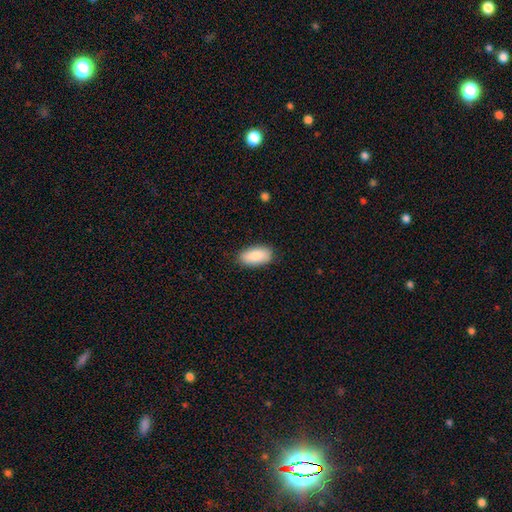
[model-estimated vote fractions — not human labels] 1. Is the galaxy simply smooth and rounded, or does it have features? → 89% smooth, 6% star or artifact, 6% featured or disk.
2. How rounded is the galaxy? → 93% in between, 5% cigar-shaped, 2% round.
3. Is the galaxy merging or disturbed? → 86% none, 10% minor disturbance, 2% major disturbance, 1% merger.